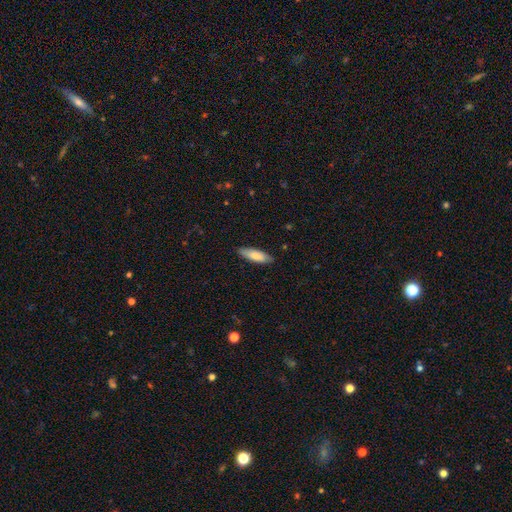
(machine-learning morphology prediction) This is clearly a smooth galaxy (83%). How rounded: possibly in between (50%). Merging: clearly none (86%).